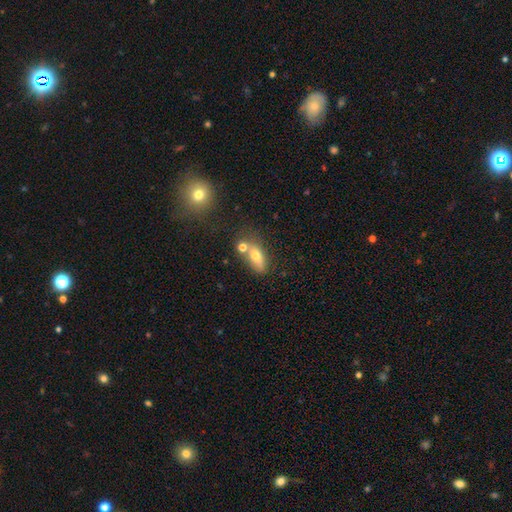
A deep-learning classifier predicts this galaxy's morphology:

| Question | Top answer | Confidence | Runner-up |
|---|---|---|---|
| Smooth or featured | smooth | 69% | featured or disk (20%) |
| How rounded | in between | 75% | cigar-shaped (14%) |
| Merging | none | 47% | merger (32%) |